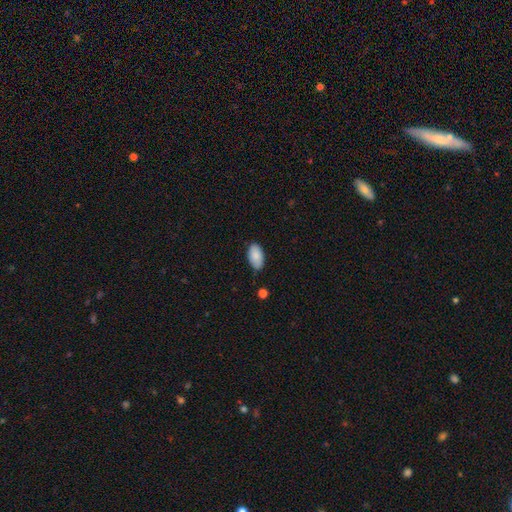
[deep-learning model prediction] Smooth or featured?
  - smooth: 87% *
  - star or artifact: 7%
  - featured or disk: 6%
How rounded?
  - in between: 95% *
  - round: 4%
  - cigar-shaped: 2%
Merging?
  - none: 79% *
  - minor disturbance: 17%
  - major disturbance: 3%
  - merger: 2%